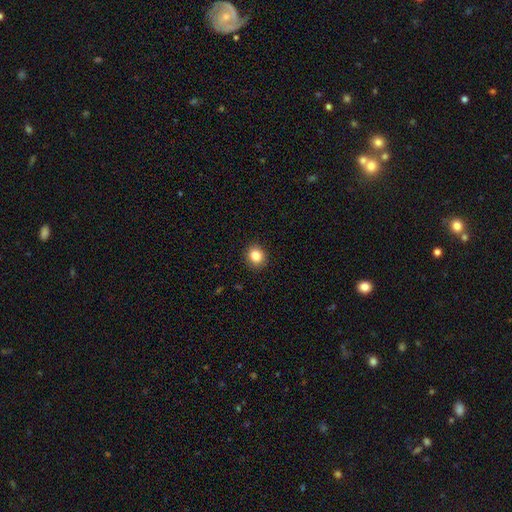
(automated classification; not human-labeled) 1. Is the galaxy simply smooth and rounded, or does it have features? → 85% smooth, 10% star or artifact, 5% featured or disk.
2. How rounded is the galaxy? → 80% round, 19% in between, 1% cigar-shaped.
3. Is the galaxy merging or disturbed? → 91% none, 6% minor disturbance, 2% major disturbance, 1% merger.